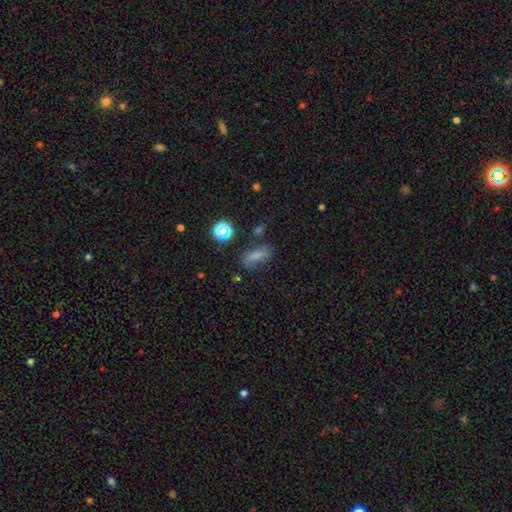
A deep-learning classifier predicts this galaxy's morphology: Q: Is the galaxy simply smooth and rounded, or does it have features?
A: smooth — 67%.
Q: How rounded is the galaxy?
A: in between — 73%.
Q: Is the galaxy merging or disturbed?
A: none — 58%.